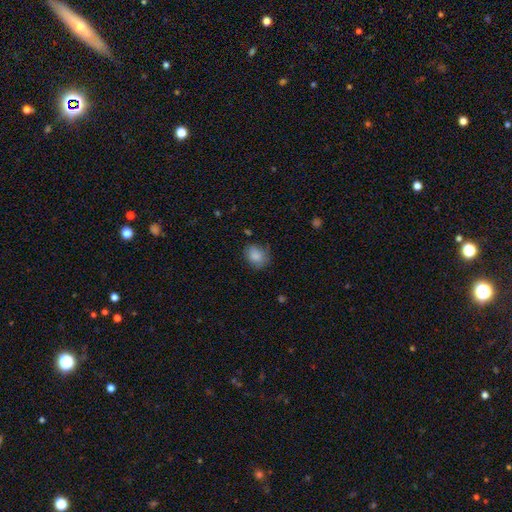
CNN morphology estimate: Overall: smooth (85%). How rounded: round (55%; in between 44%). Merging: none (71%).